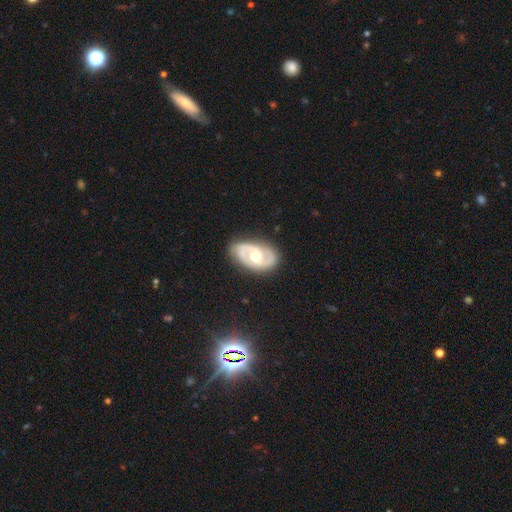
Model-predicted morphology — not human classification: The model was most divided on "bar": no: 48%, weak: 41%, strong: 11%. Remaining: edge-on disk — no (97%); spiral arms — yes (94%); spiral arm count — 2 (89%); smooth or featured — featured or disk (86%); merging — none (82%); bulge size — moderate (69%); spiral winding — medium (49%).